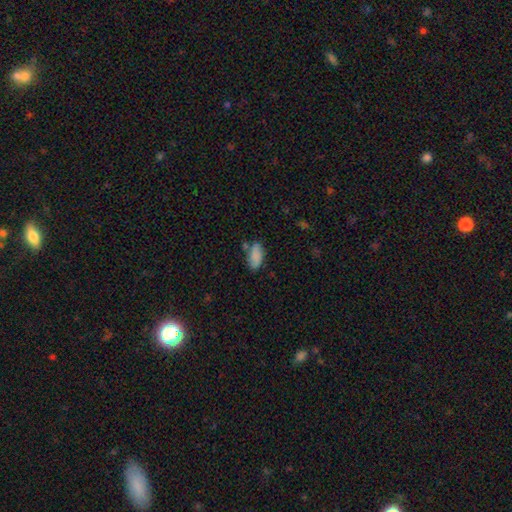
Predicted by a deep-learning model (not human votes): smooth_or_featured: smooth (p=0.84) [alt: featured or disk p=0.08]
how_rounded: in between (p=0.89) [alt: cigar-shaped p=0.08]
merging: none (p=0.63) [alt: minor disturbance p=0.21]